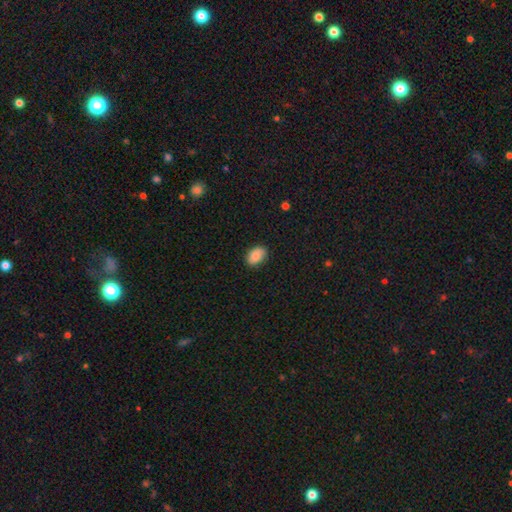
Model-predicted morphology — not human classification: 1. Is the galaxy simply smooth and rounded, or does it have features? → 84% smooth, 9% featured or disk, 7% star or artifact.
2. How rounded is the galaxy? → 87% in between, 12% round, 1% cigar-shaped.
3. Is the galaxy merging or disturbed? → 81% none, 15% minor disturbance, 3% major disturbance, 1% merger.